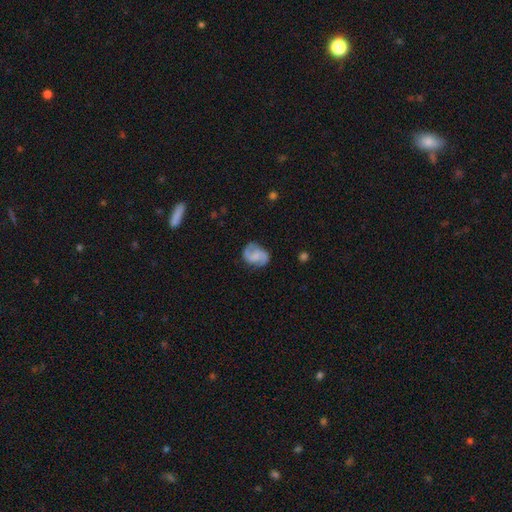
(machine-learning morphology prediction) Smooth or featured: featured or disk — 75% (smooth — 18%)
Edge-on disk: no — 98% (yes — 2%)
Bar: no — 48% (weak — 41%)
Spiral arms: yes — 95% (no — 5%)
Spiral winding: medium — 50% (loose — 29%)
Spiral arm count: 2 — 91% (can't tell — 4%)
Bulge size: none — 48% (small — 24%)
Merging: none — 76% (minor disturbance — 16%)